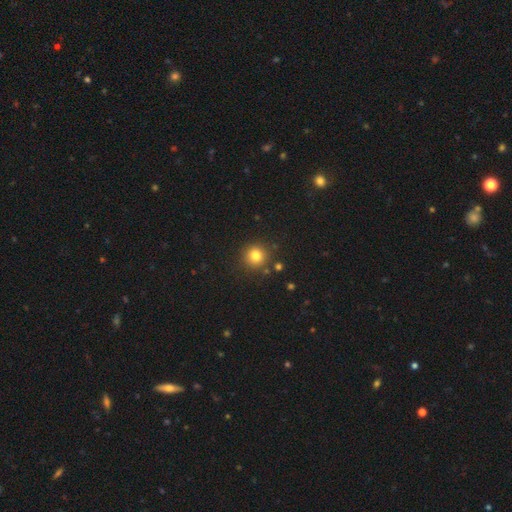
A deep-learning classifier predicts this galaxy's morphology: Q: Smooth or featured?
A: smooth (80%); runner-up: star or artifact (14%)
Q: How rounded?
A: round (93%); runner-up: in between (6%)
Q: Merging?
A: none (86%); runner-up: minor disturbance (7%)